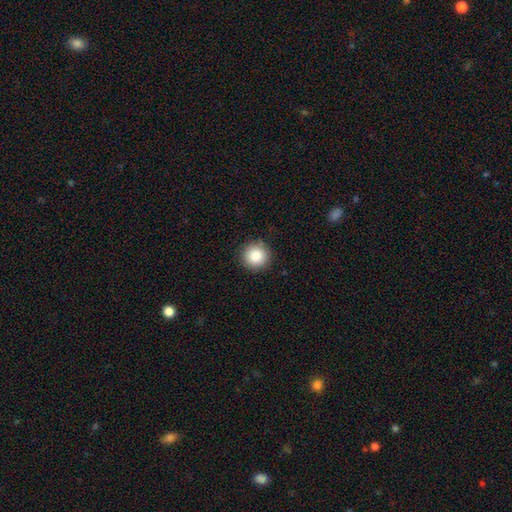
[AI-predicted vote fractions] smooth 85%, star or artifact 9%, featured or disk 6%. Down the decision tree: how rounded — round (95%); merging — none (91%).